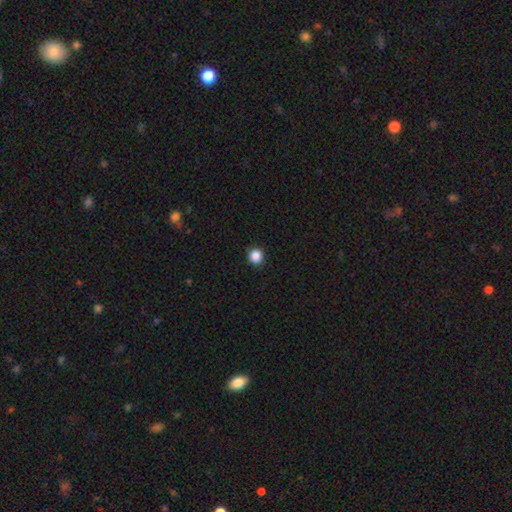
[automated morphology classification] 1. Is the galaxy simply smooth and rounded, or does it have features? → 87% smooth, 10% star or artifact, 3% featured or disk.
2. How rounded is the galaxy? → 95% round, 5% in between, 1% cigar-shaped.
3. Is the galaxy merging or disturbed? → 93% none, 5% minor disturbance, 1% major disturbance, 1% merger.